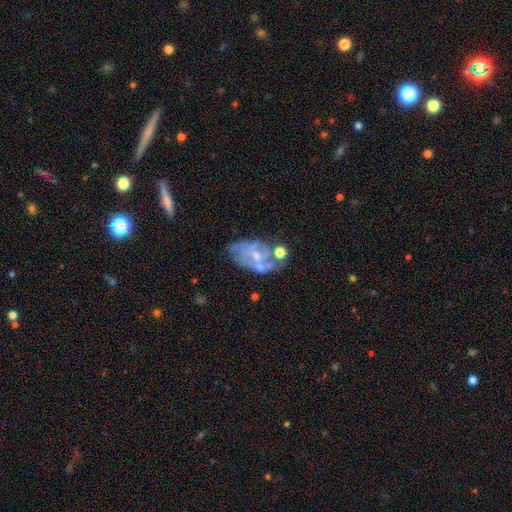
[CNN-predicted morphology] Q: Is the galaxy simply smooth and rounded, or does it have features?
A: featured or disk — 70%.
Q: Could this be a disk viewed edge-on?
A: no — 96%.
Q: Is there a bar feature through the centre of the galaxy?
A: no — 75%.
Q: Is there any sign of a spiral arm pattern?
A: no — 50%, tied with yes.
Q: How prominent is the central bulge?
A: small — 56%.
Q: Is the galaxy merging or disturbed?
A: none — 41%.